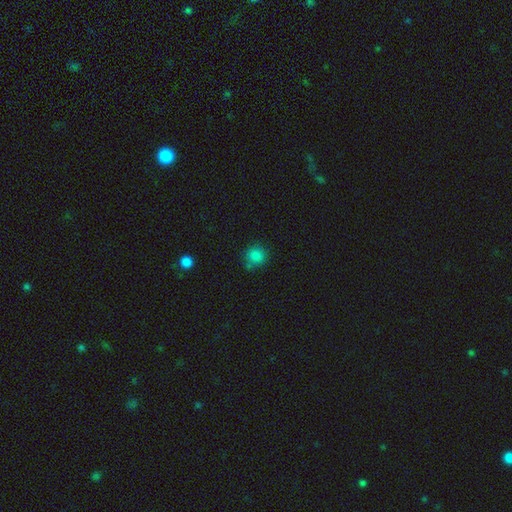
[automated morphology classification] A smooth galaxy with no disk features (84%) that is round (86%). Merging: none (73%).